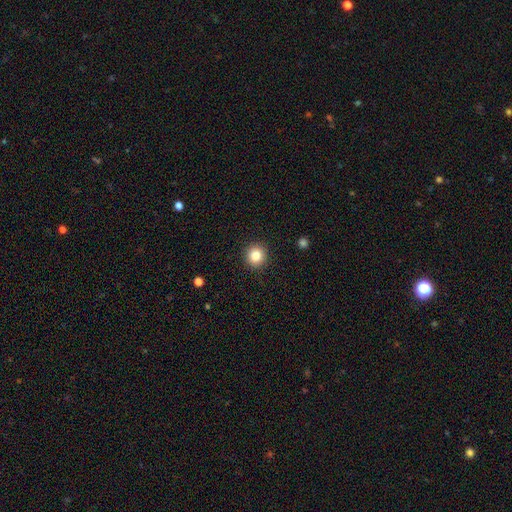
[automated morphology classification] Smooth or featured?
  - smooth: 84% *
  - star or artifact: 11%
  - featured or disk: 6%
How rounded?
  - round: 93% *
  - in between: 6%
  - cigar-shaped: 1%
Merging?
  - none: 91% *
  - minor disturbance: 6%
  - major disturbance: 2%
  - merger: 1%